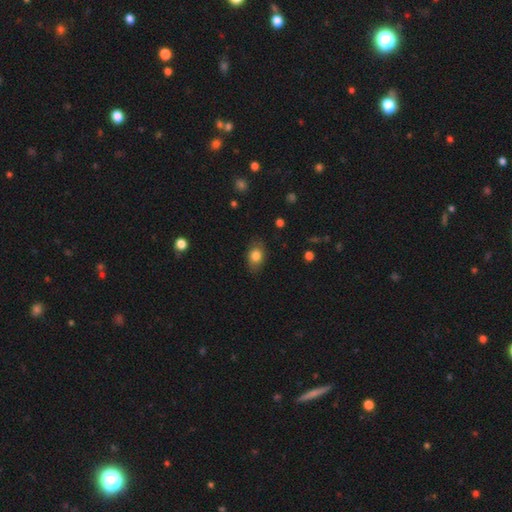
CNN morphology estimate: A smooth galaxy with no disk features (80%) that is in between round and cigar-shaped (79%).

Vote fractions:
- Smooth or featured? smooth: 80% / featured or disk: 11% / star or artifact: 9%
- How rounded? in between: 79% / round: 20% / cigar-shaped: 2%
- Merging? none: 81% / minor disturbance: 14% / major disturbance: 4% / merger: 1%